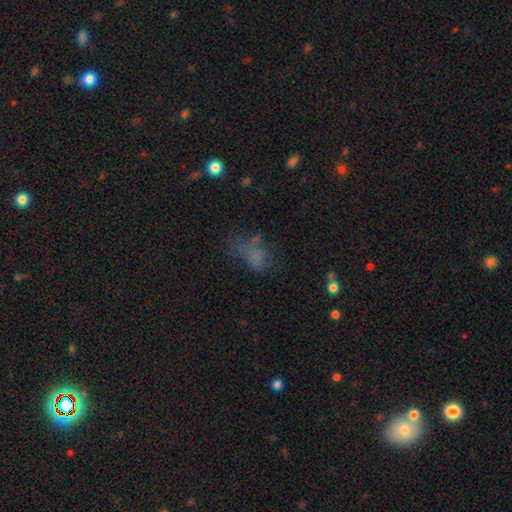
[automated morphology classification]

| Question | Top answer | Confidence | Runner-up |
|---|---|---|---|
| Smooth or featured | smooth | 55% | featured or disk (24%) |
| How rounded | in between | 76% | round (20%) |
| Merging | major disturbance | 37% | none (35%) |